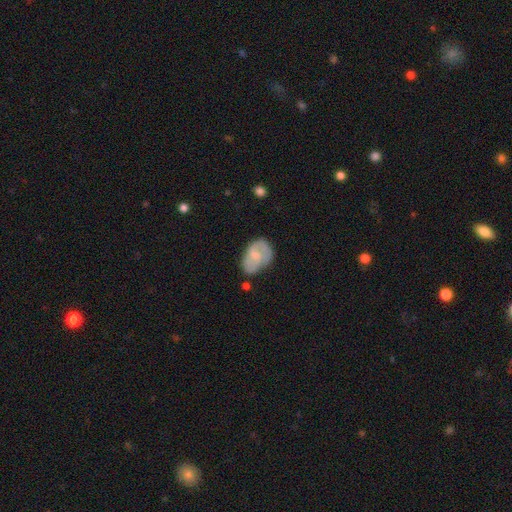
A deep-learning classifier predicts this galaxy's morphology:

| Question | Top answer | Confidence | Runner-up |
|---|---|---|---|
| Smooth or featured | smooth | 54% | featured or disk (39%) |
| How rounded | in between | 85% | round (13%) |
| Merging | none | 46% | minor disturbance (33%) |